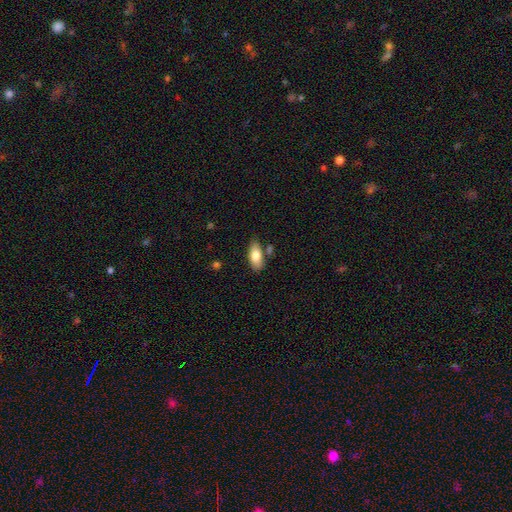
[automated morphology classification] Smooth or featured?
  - smooth: 79% *
  - featured or disk: 14%
  - star or artifact: 6%
How rounded?
  - in between: 87% *
  - cigar-shaped: 10%
  - round: 3%
Merging?
  - none: 74% *
  - minor disturbance: 15%
  - merger: 8%
  - major disturbance: 3%